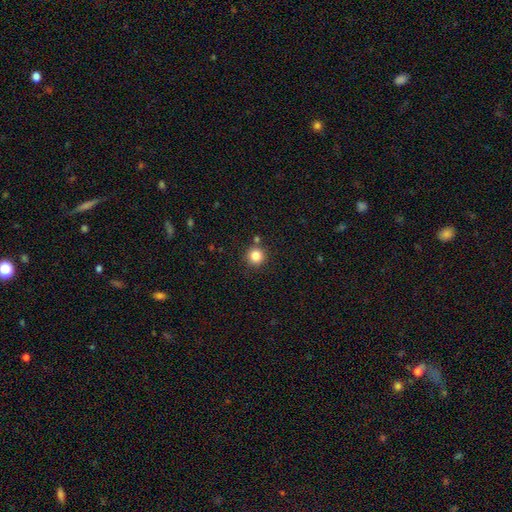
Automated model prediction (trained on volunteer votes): The model was most divided on "smooth or featured": smooth: 84%, star or artifact: 11%, featured or disk: 4%. More confident: how rounded — round (95%); merging — none (85%).